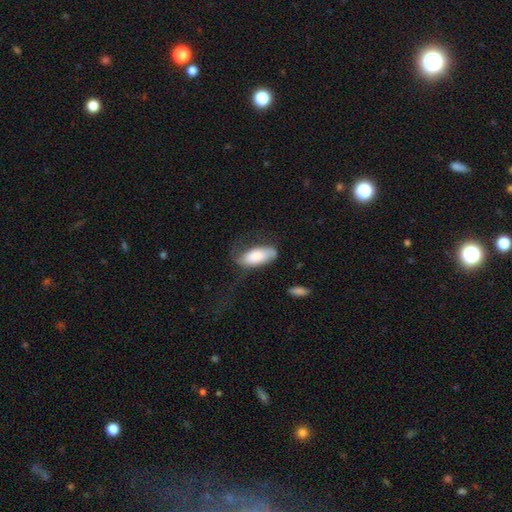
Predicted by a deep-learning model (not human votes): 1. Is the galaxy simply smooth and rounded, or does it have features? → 76% smooth, 18% featured or disk, 6% star or artifact.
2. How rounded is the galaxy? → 86% in between, 12% cigar-shaped, 2% round.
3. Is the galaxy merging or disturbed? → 45% none, 30% minor disturbance, 23% major disturbance, 3% merger.